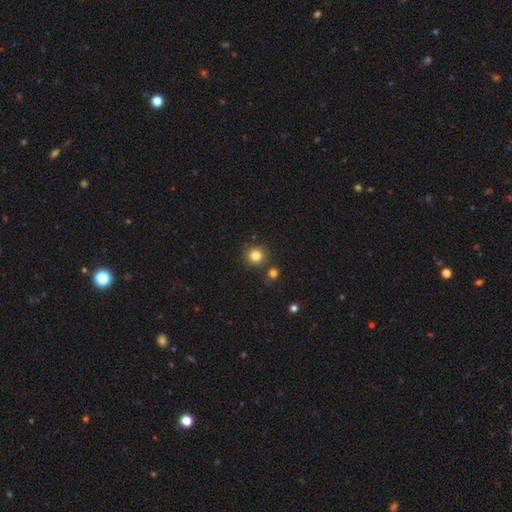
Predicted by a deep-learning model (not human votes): This is clearly a smooth galaxy (82%). How rounded: clearly round (92%). Merging: clearly none (81%).